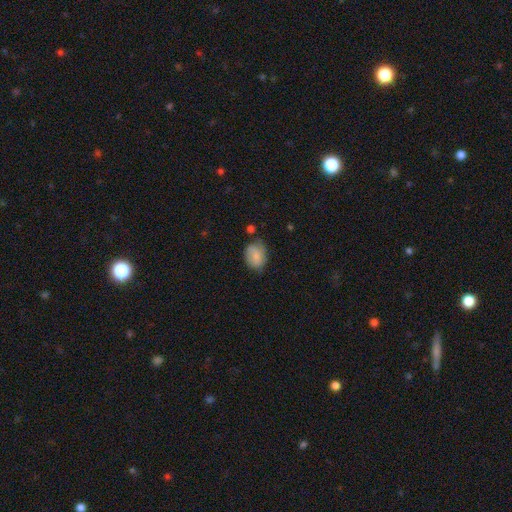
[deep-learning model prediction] smooth-or-featured: smooth: 76% | featured or disk: 16% | star or artifact: 8%
  how-rounded: in between: 70% | round: 29% | cigar-shaped: 1%
  merging: none: 61% | minor disturbance: 29% | major disturbance: 7% | merger: 4%